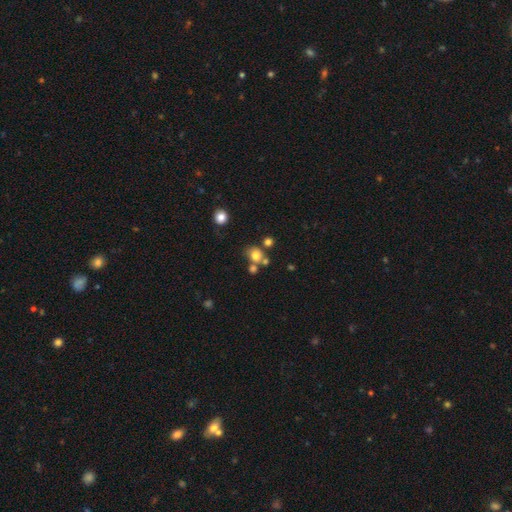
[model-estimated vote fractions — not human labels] smooth-or-featured: smooth: 75% | star or artifact: 14% | featured or disk: 10%
  how-rounded: round: 73% | in between: 26% | cigar-shaped: 1%
  merging: none: 54% | merger: 29% | minor disturbance: 11% | major disturbance: 6%